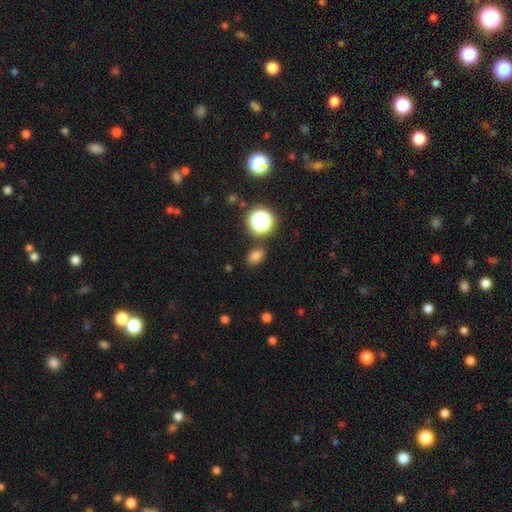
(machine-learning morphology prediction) type=smooth (76%); roundness=in between (69%); merging=none (83%).